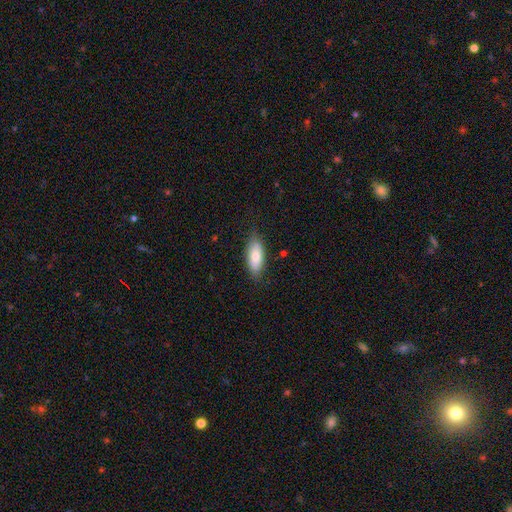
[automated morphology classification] Q: Smooth or featured?
A: smooth (74%); runner-up: featured or disk (19%)
Q: How rounded?
A: in between (81%); runner-up: cigar-shaped (17%)
Q: Merging?
A: none (81%); runner-up: minor disturbance (15%)